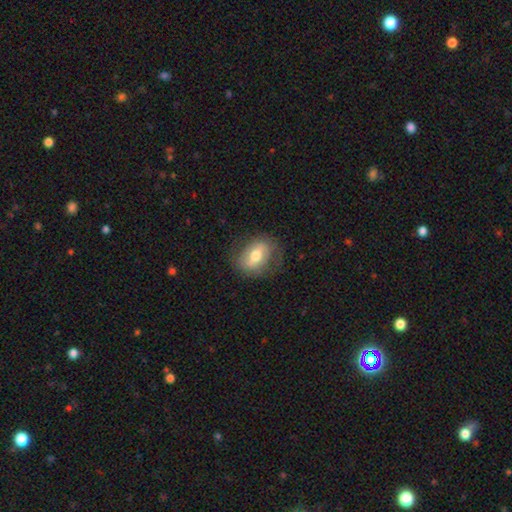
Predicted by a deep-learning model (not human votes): Smooth or featured? smooth (49%)
Merging? none (75%)